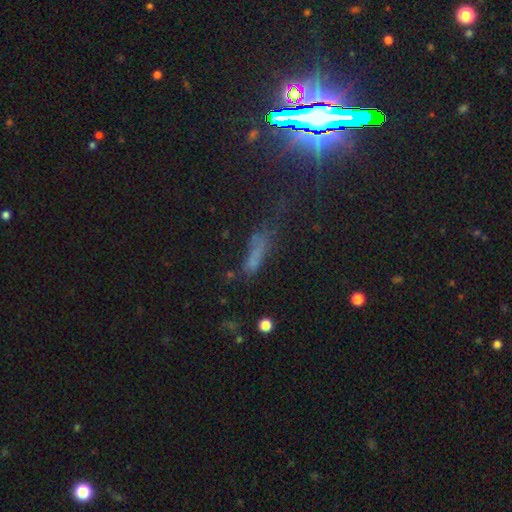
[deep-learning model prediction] Morphology: type=smooth (43%); merging=none (42%).